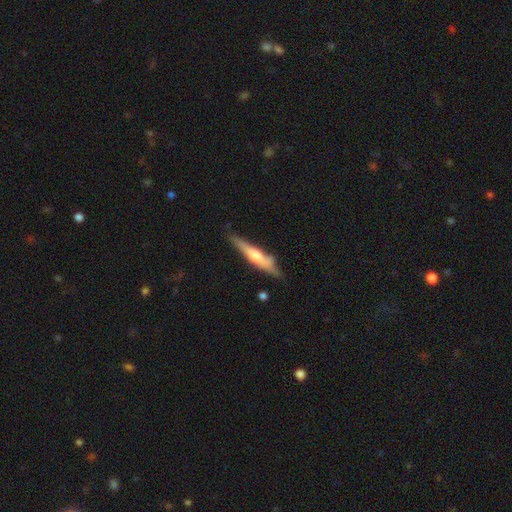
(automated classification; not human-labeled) Morphology: type=featured or disk (55%); edge-on=yes (92%); edge-on bulge=rounded (73%); merging=none (66%).